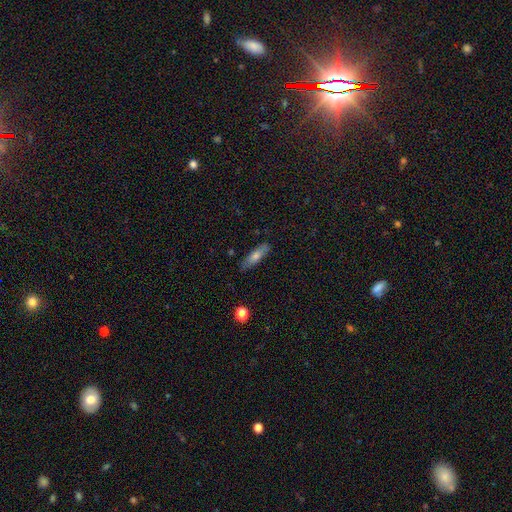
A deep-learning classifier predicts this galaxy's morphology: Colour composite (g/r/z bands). It shows a smooth galaxy with no disk features (62%) that is cigar-shaped (63%). Merging: none (84%).